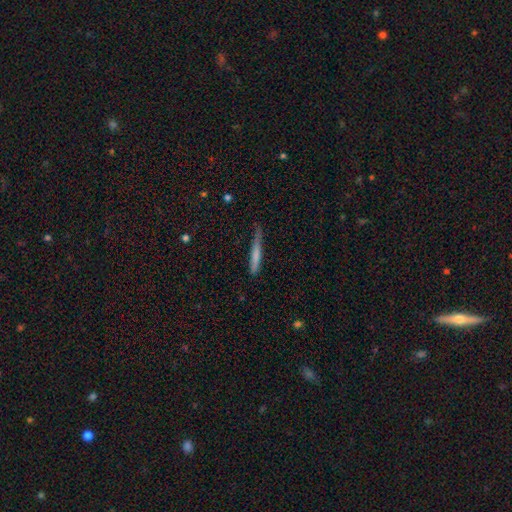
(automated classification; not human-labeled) Smooth or featured: smooth — 67% (featured or disk — 27%)
How rounded: cigar-shaped — 94% (in between — 4%)
Merging: none — 57% (minor disturbance — 31%)